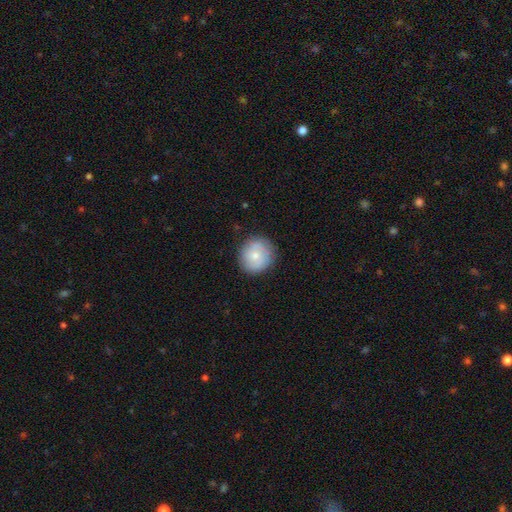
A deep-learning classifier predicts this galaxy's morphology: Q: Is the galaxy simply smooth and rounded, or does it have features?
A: smooth — 62%.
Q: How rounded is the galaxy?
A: round — 90%.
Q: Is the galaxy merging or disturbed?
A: none — 83%.